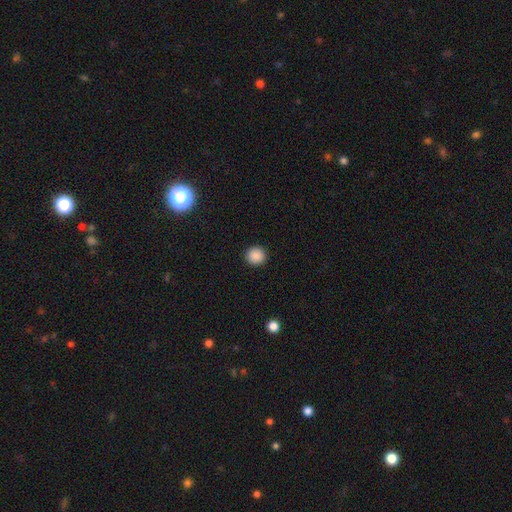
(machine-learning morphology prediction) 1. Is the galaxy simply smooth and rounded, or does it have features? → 88% smooth, 9% star or artifact, 3% featured or disk.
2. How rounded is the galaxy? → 94% round, 5% in between, 1% cigar-shaped.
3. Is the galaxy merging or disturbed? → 93% none, 4% minor disturbance, 2% major disturbance, 1% merger.